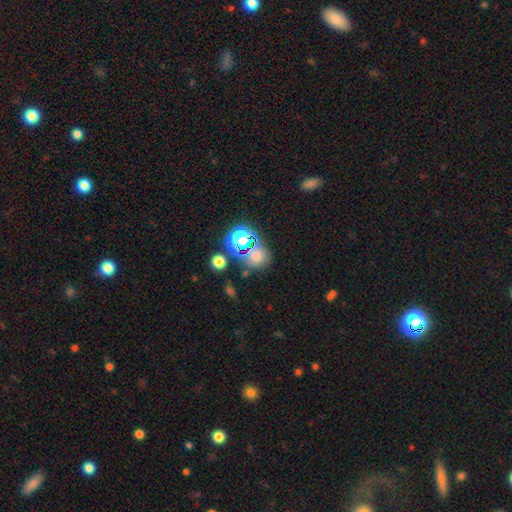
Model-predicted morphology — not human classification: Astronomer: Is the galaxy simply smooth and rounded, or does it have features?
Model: smooth — 50% (runner-up: star or artifact, 40%).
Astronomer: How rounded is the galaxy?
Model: round — 75%.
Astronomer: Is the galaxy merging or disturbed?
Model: none — 65%.